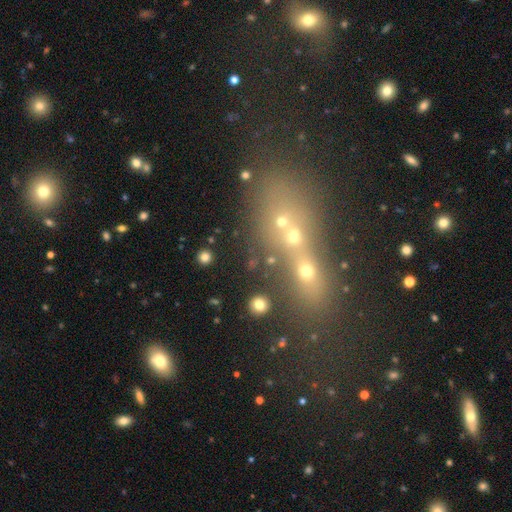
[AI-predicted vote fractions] A smooth galaxy with no disk features (40%).

Vote fractions:
- Smooth or featured? smooth: 40% / star or artifact: 36% / featured or disk: 23%
- Merging? merger: 59% / none: 29% / minor disturbance: 7% / major disturbance: 5%